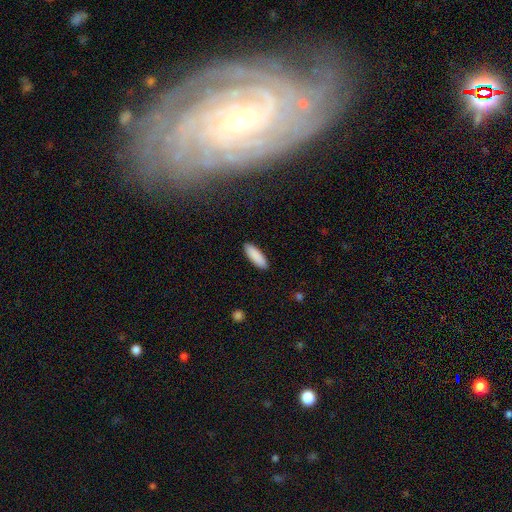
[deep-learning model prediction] The model was most divided on "how rounded": in between: 55%, cigar-shaped: 43%, round: 1%. More confident: merging — none (91%); smooth or featured — smooth (90%).